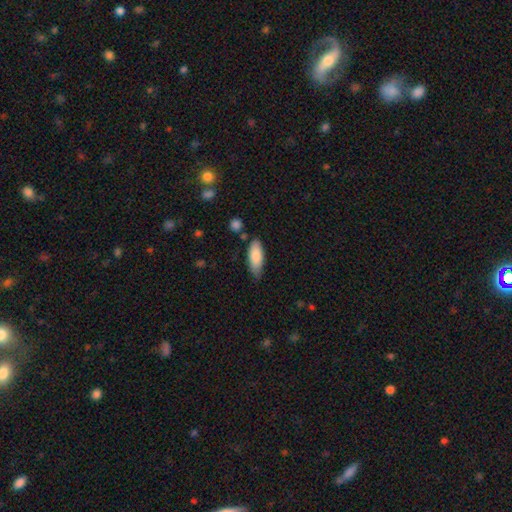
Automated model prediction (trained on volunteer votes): smooth-or-featured: smooth: 84% | featured or disk: 10% | star or artifact: 6%
  how-rounded: in between: 75% | cigar-shaped: 23% | round: 2%
  merging: none: 72% | minor disturbance: 21% | merger: 4% | major disturbance: 3%